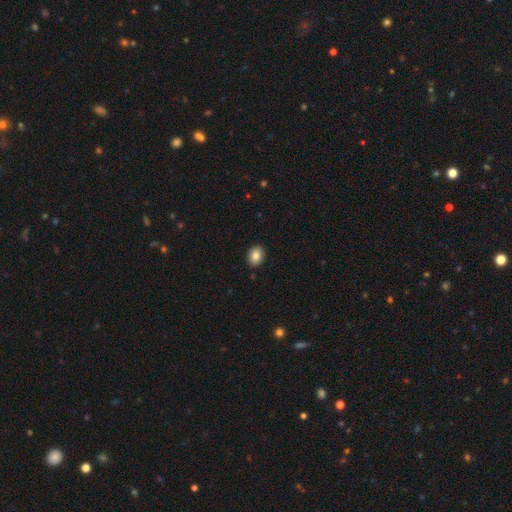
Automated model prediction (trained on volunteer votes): Smooth or featured? Predicted: smooth (p=0.85). How rounded? Predicted: in between (p=0.66). Merging? Predicted: none (p=0.91).